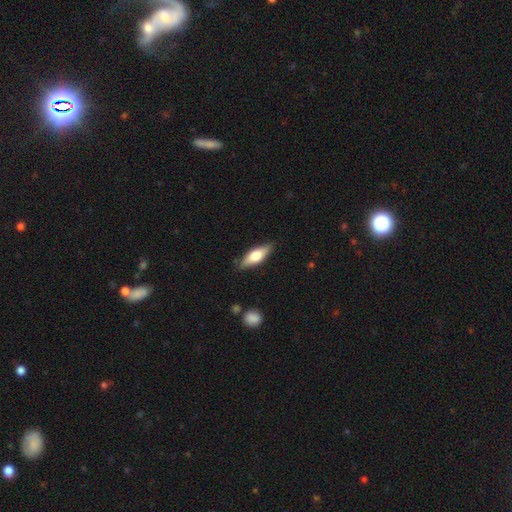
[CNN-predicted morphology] Q: Smooth or featured?
A: smooth (58%); runner-up: featured or disk (36%)
Q: How rounded?
A: in between (59%); runner-up: cigar-shaped (39%)
Q: Merging?
A: none (85%); runner-up: minor disturbance (11%)